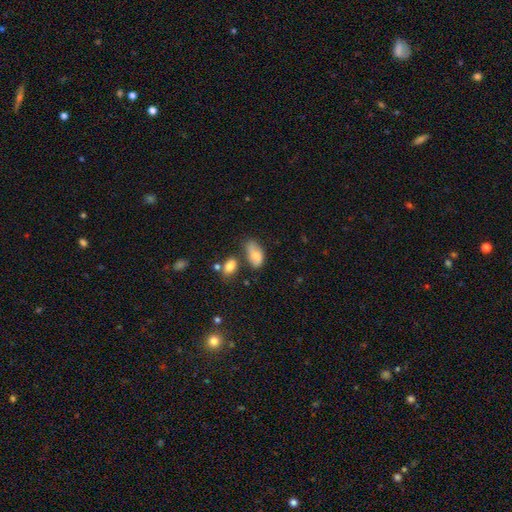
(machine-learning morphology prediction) smooth 72%, featured or disk 20%, star or artifact 8%. Down the decision tree: how rounded — in between (92%); merging — none (48%).